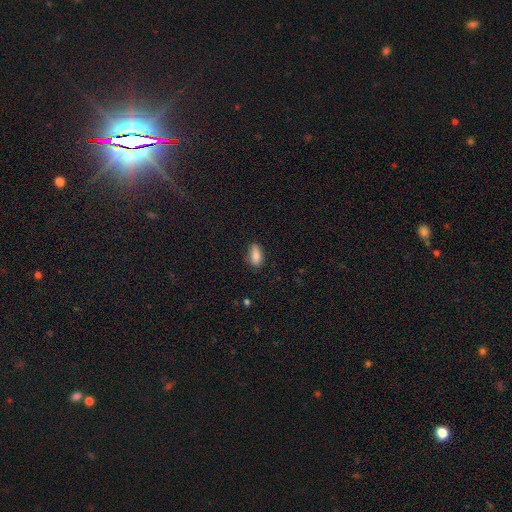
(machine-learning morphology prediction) Smooth or featured?
  - smooth: 84% *
  - star or artifact: 8%
  - featured or disk: 7%
How rounded?
  - in between: 86% *
  - cigar-shaped: 9%
  - round: 5%
Merging?
  - none: 77% *
  - minor disturbance: 18%
  - major disturbance: 3%
  - merger: 1%